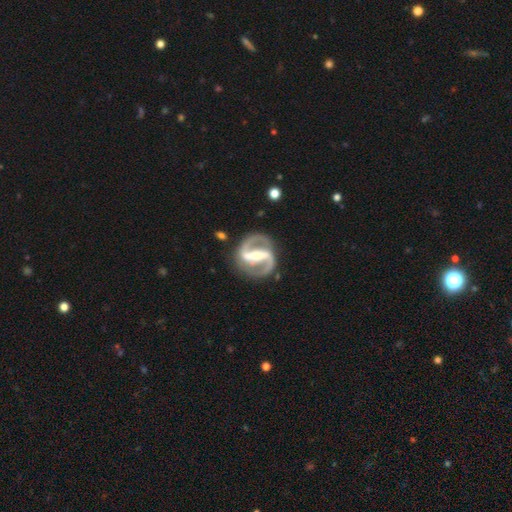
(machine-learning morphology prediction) This appears to be a featured or disk galaxy (92%) with a strong bar (76%), 2 (94%) medium (58%) spiral arms (97%) and a moderate central bulge (47%). Merging: none (84%).